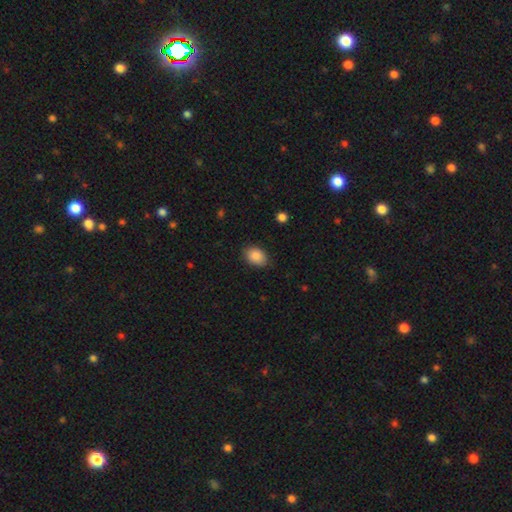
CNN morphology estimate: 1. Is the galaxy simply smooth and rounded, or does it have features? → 87% smooth, 8% star or artifact, 5% featured or disk.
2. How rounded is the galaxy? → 78% in between, 21% round, 1% cigar-shaped.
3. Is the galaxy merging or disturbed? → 83% none, 13% minor disturbance, 3% major disturbance, 1% merger.